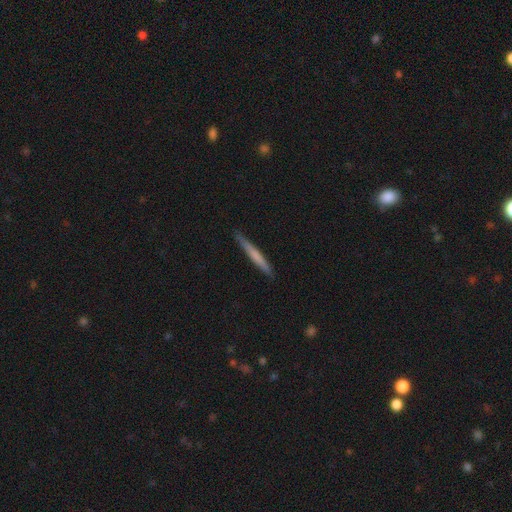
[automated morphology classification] Overall: smooth (61%; featured or disk 33%). How rounded: cigar-shaped (97%). Merging: none (89%).